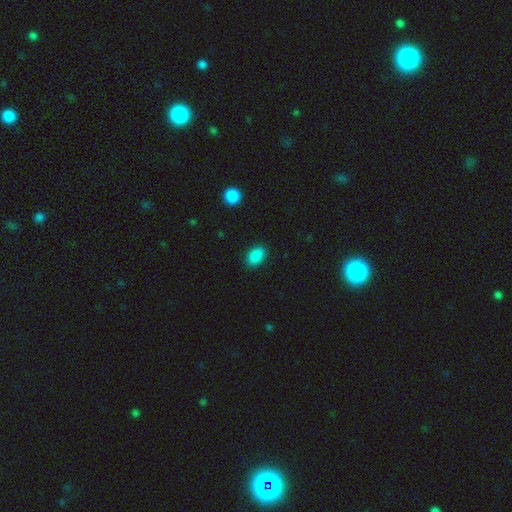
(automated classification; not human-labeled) The model was most divided on "how rounded": in between: 85%, round: 14%, cigar-shaped: 1%. More confident: merging — none (88%); smooth or featured — smooth (88%).